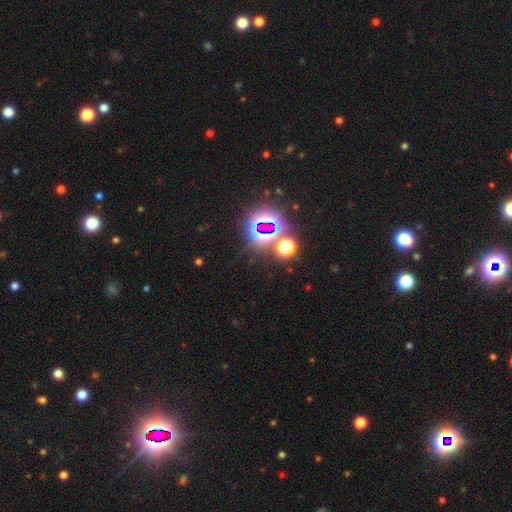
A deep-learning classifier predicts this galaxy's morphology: Smooth or featured? star or artifact (74%)